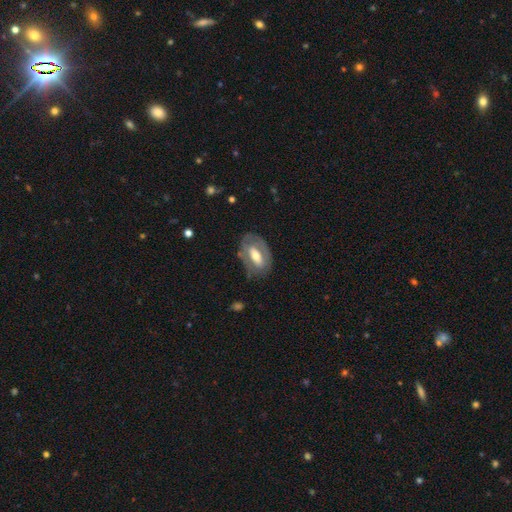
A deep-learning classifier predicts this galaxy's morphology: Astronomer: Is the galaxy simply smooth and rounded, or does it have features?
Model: featured or disk — 57% (runner-up: smooth, 37%).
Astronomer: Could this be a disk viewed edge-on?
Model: no — 88%.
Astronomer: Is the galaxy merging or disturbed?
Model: none — 67%.